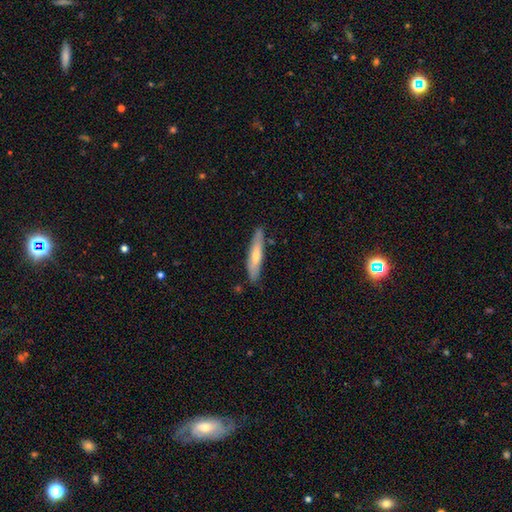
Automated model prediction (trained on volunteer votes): Smooth or featured: smooth — 51% (featured or disk — 43%)
How rounded: cigar-shaped — 85% (in between — 14%)
Merging: none — 84% (minor disturbance — 12%)